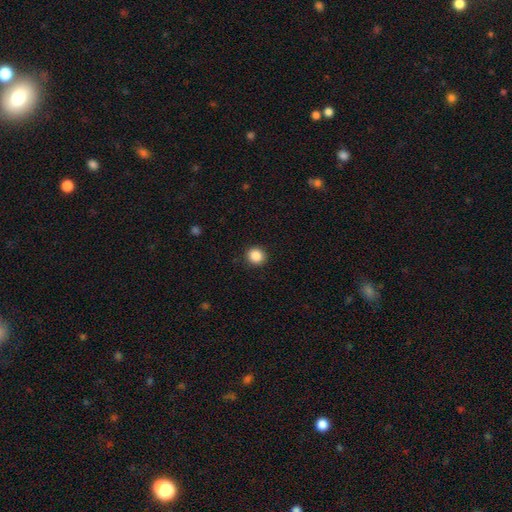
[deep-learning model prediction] smooth 87%, star or artifact 10%, featured or disk 3%. Down the decision tree: how rounded — round (88%); merging — none (91%).